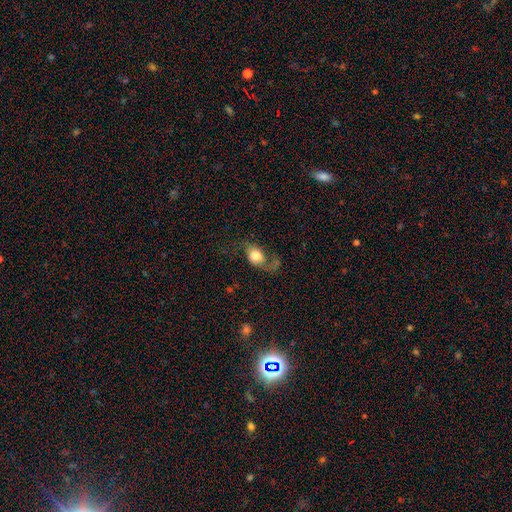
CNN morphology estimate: A smooth galaxy with no disk features (48%).

Vote fractions:
- Smooth or featured? smooth: 48% / featured or disk: 43% / star or artifact: 8%
- Merging? none: 41% / major disturbance: 33% / minor disturbance: 21% / merger: 4%